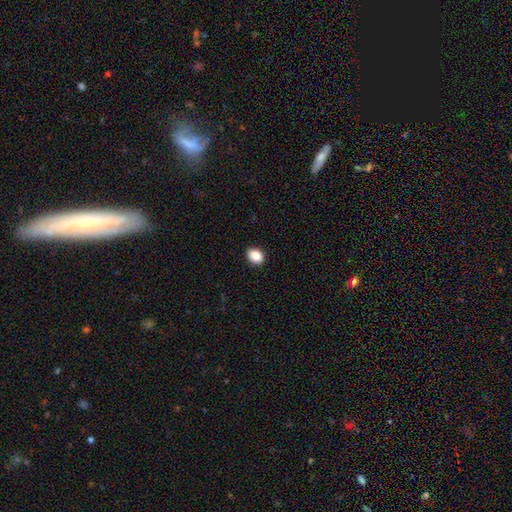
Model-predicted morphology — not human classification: The model was most divided on "how rounded": in between: 61%, round: 38%, cigar-shaped: 1%. More confident: merging — none (90%); smooth or featured — smooth (88%).